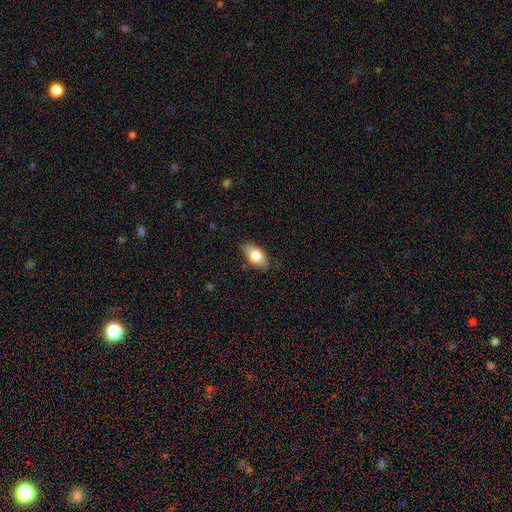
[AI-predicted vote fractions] Overall: smooth (77%). How rounded: in between (91%). Merging: none (82%).